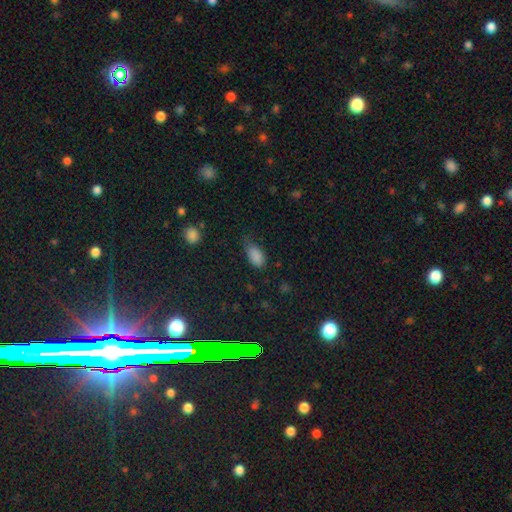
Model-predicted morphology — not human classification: smooth-or-featured: smooth: 85% | star or artifact: 10% | featured or disk: 5%
  how-rounded: in between: 91% | round: 5% | cigar-shaped: 4%
  merging: none: 45% | minor disturbance: 39% | major disturbance: 13% | merger: 2%